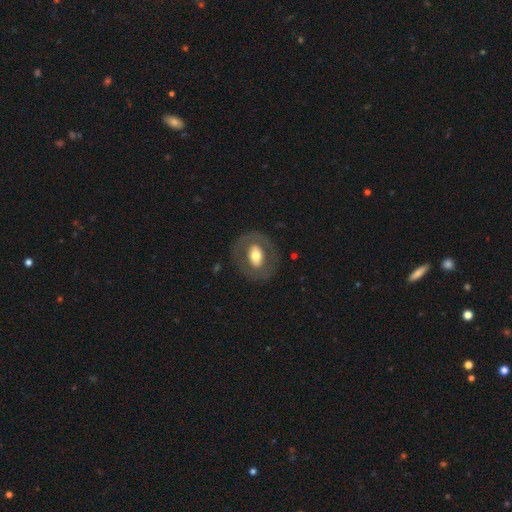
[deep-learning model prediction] Overall: smooth (49%; featured or disk 45%). Merging: none (80%).